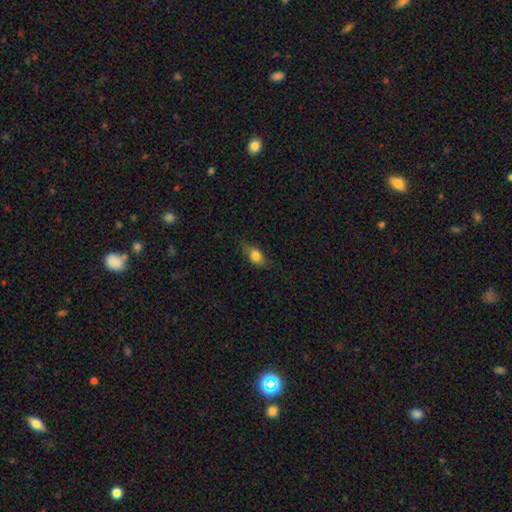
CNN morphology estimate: This is likely a smooth galaxy (72%). How rounded: likely in between (74%). Merging: likely none (75%).